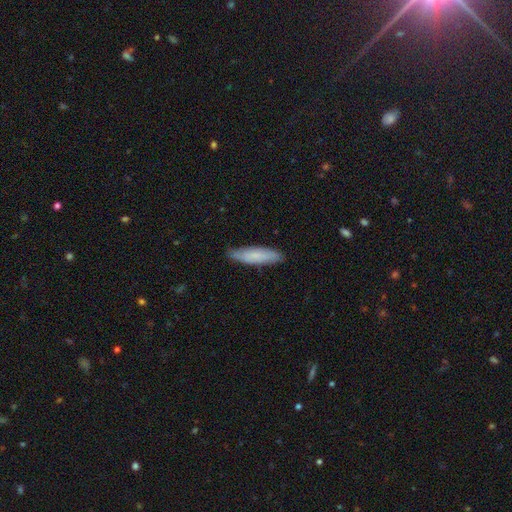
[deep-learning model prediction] The model was most divided on "how rounded": cigar-shaped: 70%, in between: 28%, round: 1%. More confident: merging — none (80%); smooth or featured — smooth (69%).